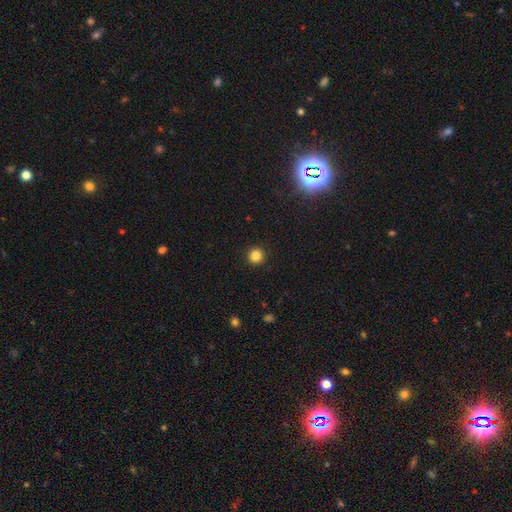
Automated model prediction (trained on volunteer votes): Smooth or featured?
  - smooth: 84% *
  - star or artifact: 12%
  - featured or disk: 4%
How rounded?
  - round: 95% *
  - in between: 4%
  - cigar-shaped: 1%
Merging?
  - none: 93% *
  - minor disturbance: 5%
  - major disturbance: 2%
  - merger: 1%